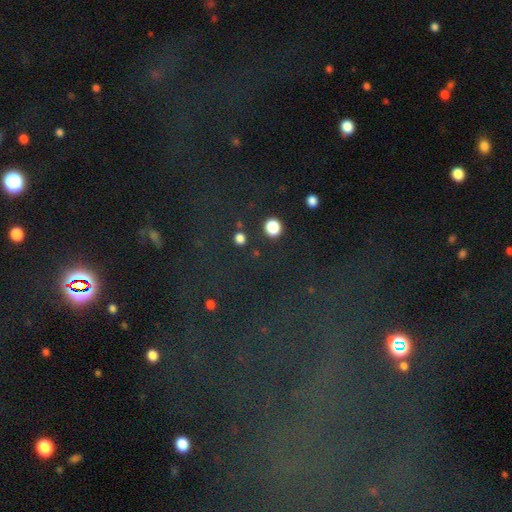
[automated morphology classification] Smooth or featured? star or artifact (75%)